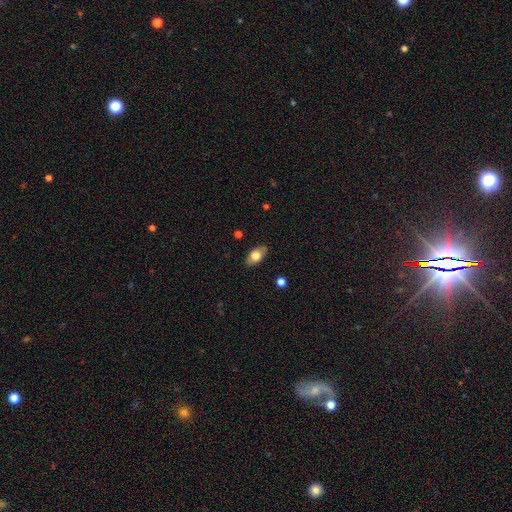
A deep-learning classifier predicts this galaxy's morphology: smooth 73%, featured or disk 20%, star or artifact 7%. Down the decision tree: how rounded — in between (91%); merging — none (84%).